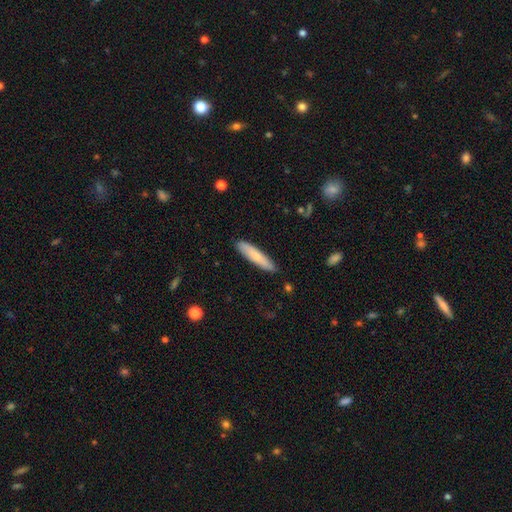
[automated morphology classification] smooth 68%, featured or disk 27%, star or artifact 6%. Down the decision tree: how rounded — cigar-shaped (84%); merging — none (87%).